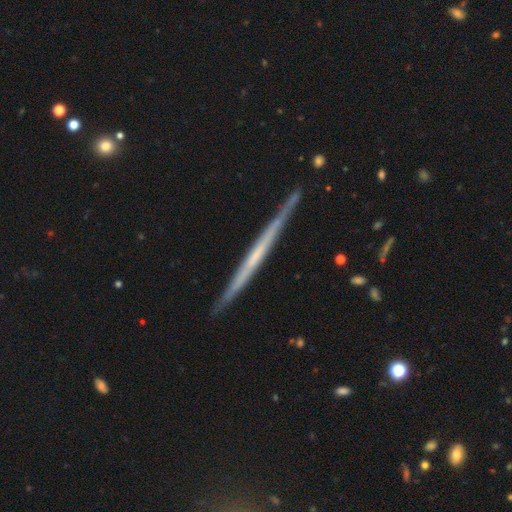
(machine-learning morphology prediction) A featured or disk galaxy (67%) viewed edge-on (98%) with no central bulge (85%). Merging: none (89%).